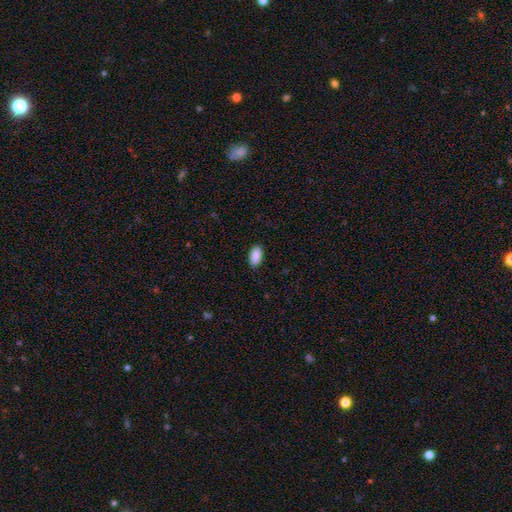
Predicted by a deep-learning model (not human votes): Smooth or featured? smooth (91%)
How rounded? in between (94%)
Merging? none (89%)